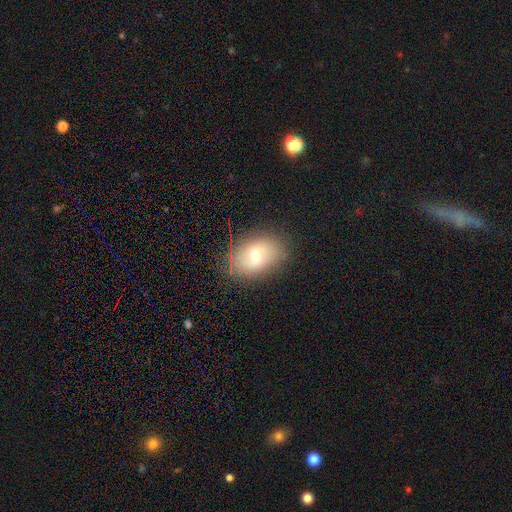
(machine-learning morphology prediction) This is possibly a smooth galaxy (53%). How rounded: clearly in between (80%). Merging: clearly none (81%).